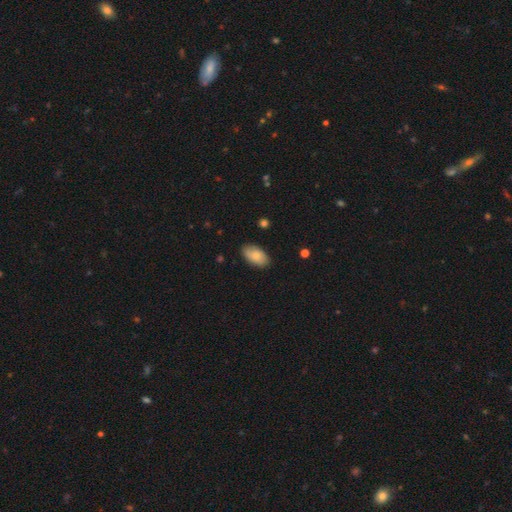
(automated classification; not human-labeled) smooth_or_featured: smooth (p=0.83) [alt: featured or disk p=0.10]
how_rounded: in between (p=0.94) [alt: round p=0.03]
merging: none (p=0.85) [alt: minor disturbance p=0.11]